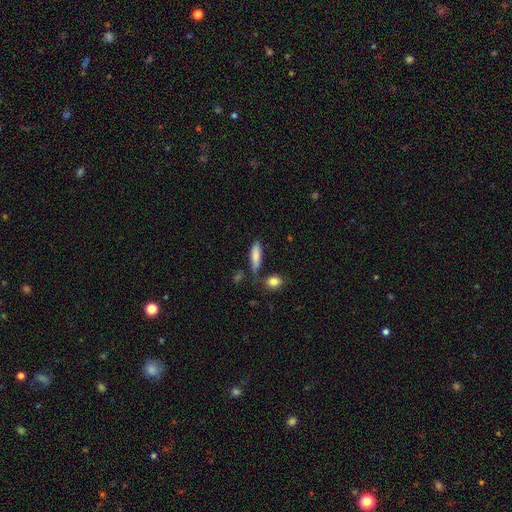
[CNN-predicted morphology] Overall: smooth (78%). How rounded: cigar-shaped (58%; in between 40%). Merging: none (64%).